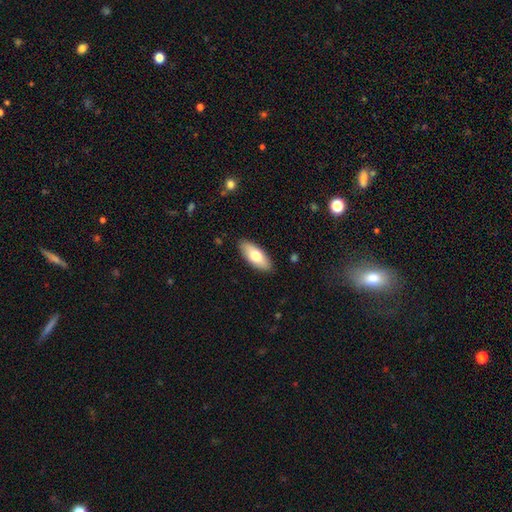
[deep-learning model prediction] Smooth or featured? smooth (73%)
How rounded? in between (80%)
Merging? none (89%)